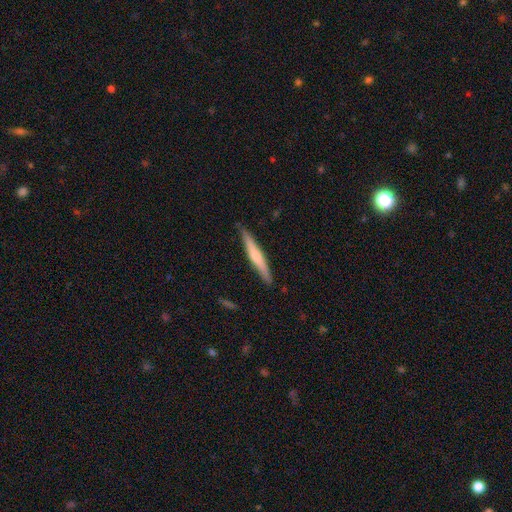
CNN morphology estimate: This is possibly a smooth galaxy (50%). Merging: clearly none (88%).